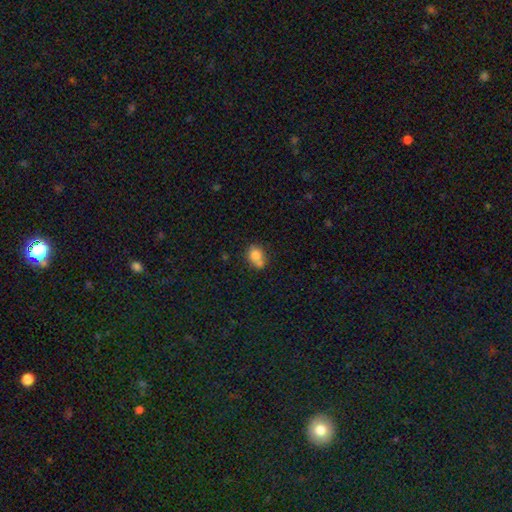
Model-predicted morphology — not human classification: This appears to be a smooth galaxy with no disk features (79%) that is round (52%). Merging: none (44%).